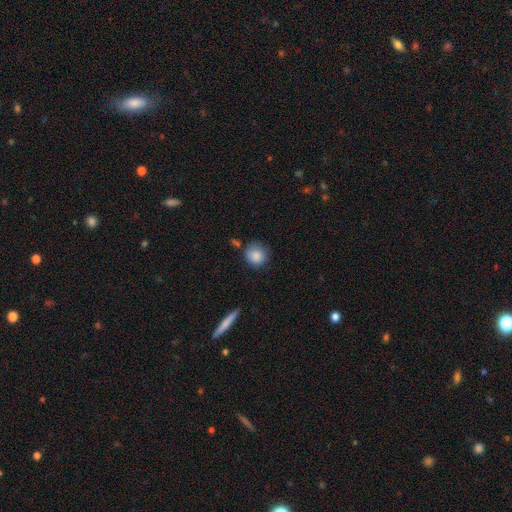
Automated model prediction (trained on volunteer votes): smooth_or_featured: smooth (p=0.86) [alt: star or artifact p=0.08]
how_rounded: round (p=0.88) [alt: in between p=0.11]
merging: none (p=0.73) [alt: minor disturbance p=0.18]